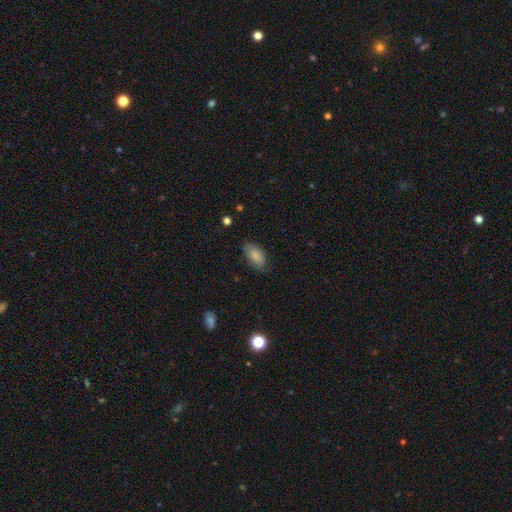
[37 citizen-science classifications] A smooth galaxy with no disk features (89%) that is in between round and cigar-shaped (88%). Merging: none (86%).